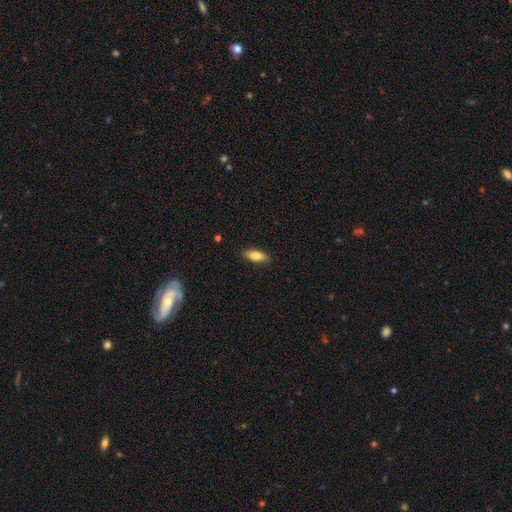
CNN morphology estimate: A smooth galaxy with no disk features (80%) that is in between round and cigar-shaped (76%). Merging: none (88%).